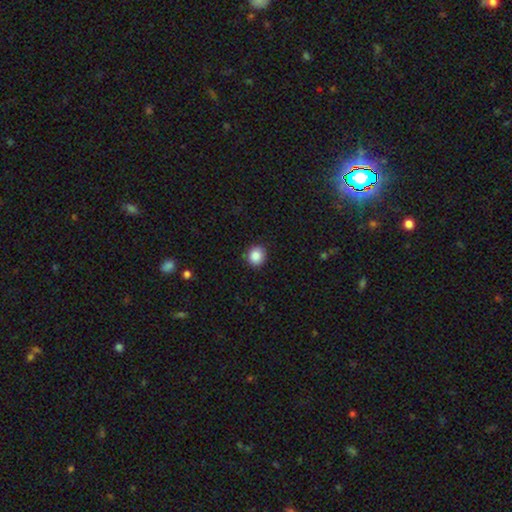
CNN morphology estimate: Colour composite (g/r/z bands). It shows a smooth galaxy with no disk features (87%) that is round (83%). Merging: none (89%).